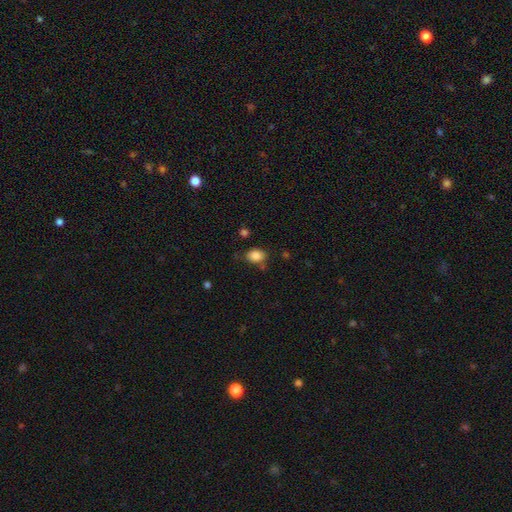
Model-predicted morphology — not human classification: Smooth or featured: smooth — 85% (star or artifact — 10%)
How rounded: in between — 65% (round — 34%)
Merging: none — 69% (minor disturbance — 20%)